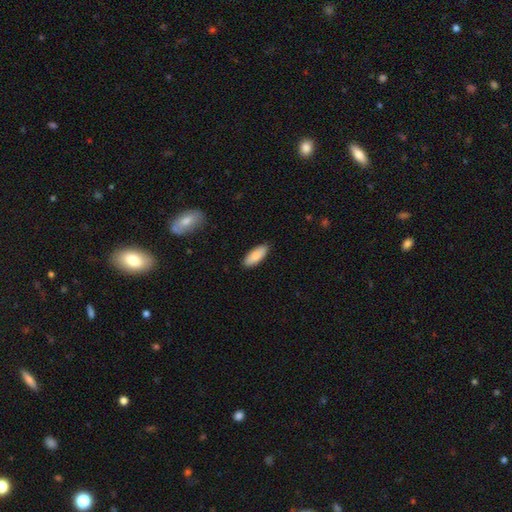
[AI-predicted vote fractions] smooth 84%, featured or disk 10%, star or artifact 6%. Down the decision tree: how rounded — in between (77%); merging — none (88%).